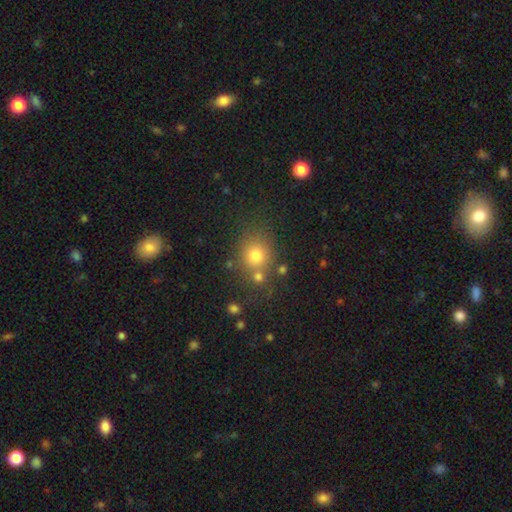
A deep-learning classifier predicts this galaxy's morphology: This is likely a smooth galaxy (74%). How rounded: clearly round (82%). Merging: likely none (70%).